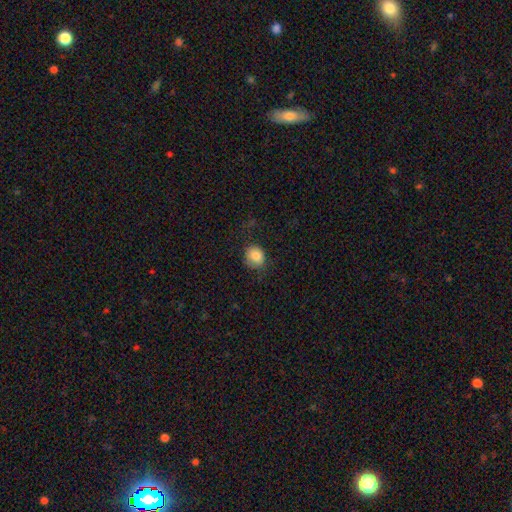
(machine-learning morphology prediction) type=smooth (85%); roundness=round (74%); merging=none (70%).